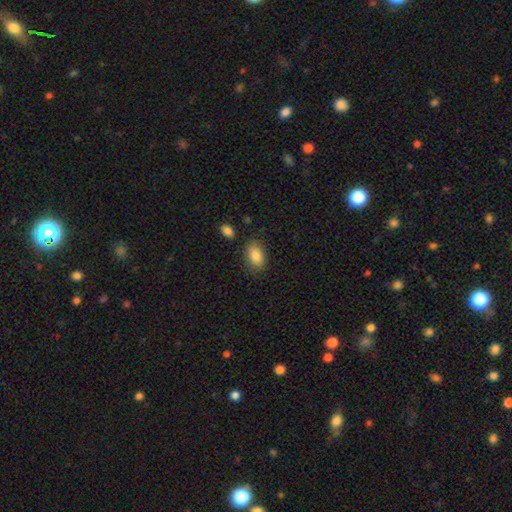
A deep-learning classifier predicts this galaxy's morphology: This appears to be a smooth galaxy with no disk features (86%) that is in between round and cigar-shaped (88%). Merging: none (81%).